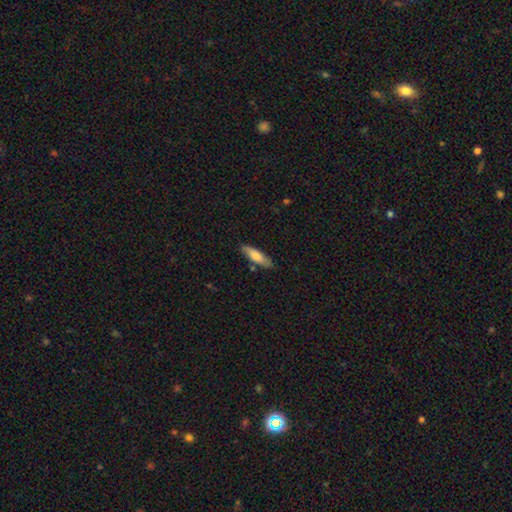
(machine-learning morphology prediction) Smooth or featured: smooth — 71% (featured or disk — 24%)
How rounded: cigar-shaped — 56% (in between — 42%)
Merging: none — 81% (minor disturbance — 13%)